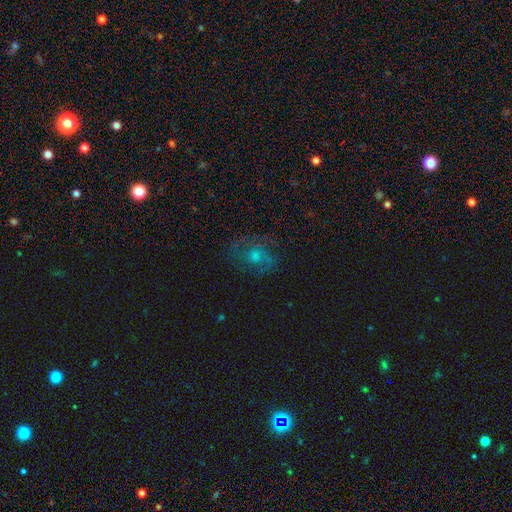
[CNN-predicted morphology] Smooth or featured? Predicted: featured or disk (p=0.52). Edge-on disk? Predicted: no (p=0.96). Bar? Predicted: no (p=0.76). Spiral arms? Predicted: yes (p=0.77). Bulge size? Predicted: moderate (p=0.49). Merging? Predicted: none (p=0.70).